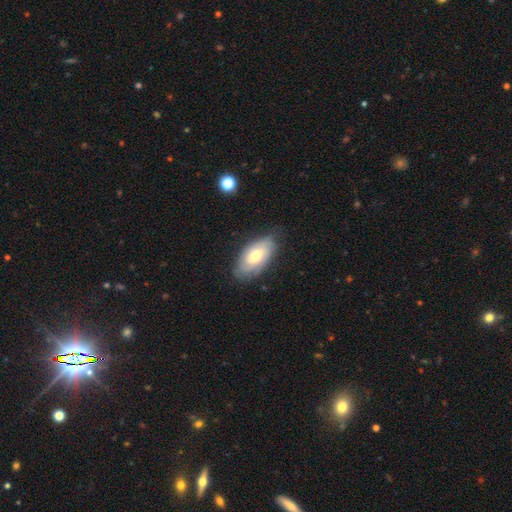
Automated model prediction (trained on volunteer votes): Q: Smooth or featured?
A: featured or disk (55%); runner-up: smooth (39%)
Q: Edge-on disk?
A: no (90%); runner-up: yes (10%)
Q: Merging?
A: none (75%); runner-up: minor disturbance (19%)